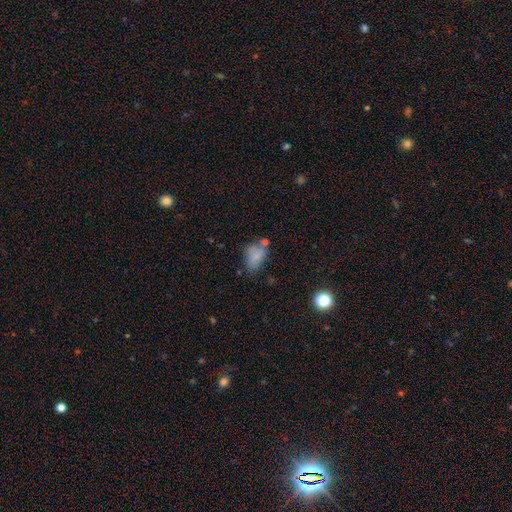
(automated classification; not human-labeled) Q: Smooth or featured?
A: smooth (77%); runner-up: featured or disk (12%)
Q: How rounded?
A: in between (83%); runner-up: round (15%)
Q: Merging?
A: none (47%); runner-up: minor disturbance (27%)